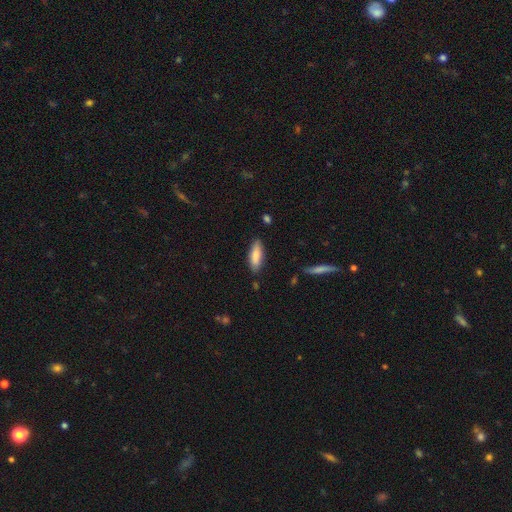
Q: Smooth or featured?
A: smooth (86%); runner-up: star or artifact (8%)
Q: How rounded?
A: cigar-shaped (66%); runner-up: in between (34%)
Q: Merging?
A: none (88%); runner-up: minor disturbance (12%)